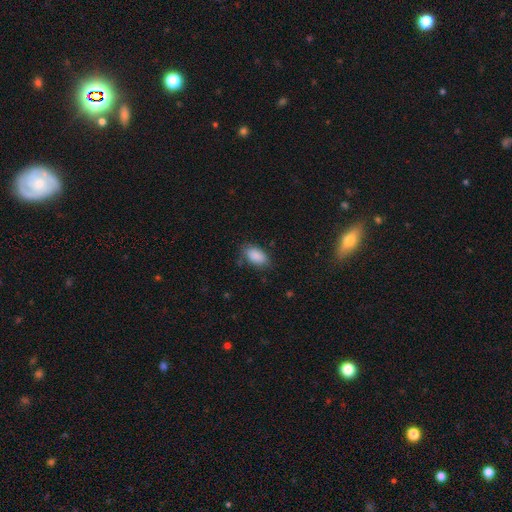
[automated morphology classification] Smooth or featured: smooth — 88% (star or artifact — 7%)
How rounded: in between — 92% (round — 6%)
Merging: none — 72% (minor disturbance — 21%)